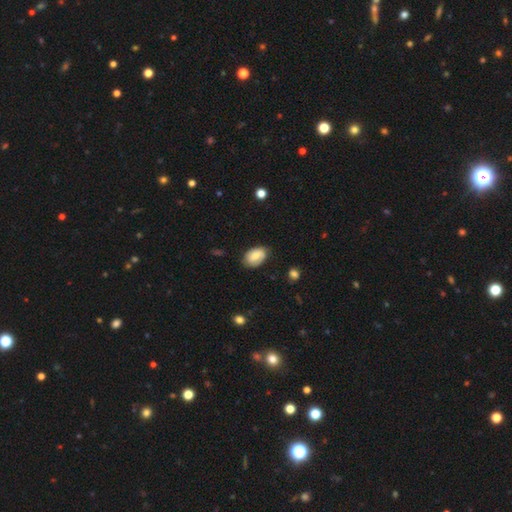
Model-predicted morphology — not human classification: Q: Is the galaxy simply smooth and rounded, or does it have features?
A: smooth — 70%.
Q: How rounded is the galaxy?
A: in between — 89%.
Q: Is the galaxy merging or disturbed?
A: none — 71%.